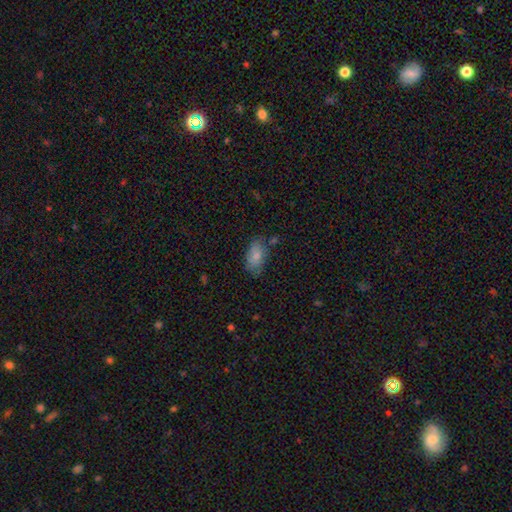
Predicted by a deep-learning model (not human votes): smooth 80%, featured or disk 12%, star or artifact 8%. Down the decision tree: how rounded — in between (92%); merging — none (66%).